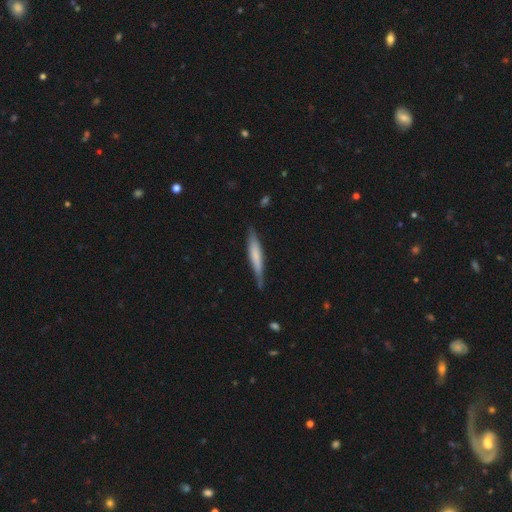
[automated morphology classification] Q: Smooth or featured?
A: smooth (56%); runner-up: featured or disk (38%)
Q: How rounded?
A: cigar-shaped (91%); runner-up: in between (7%)
Q: Merging?
A: none (77%); runner-up: minor disturbance (18%)